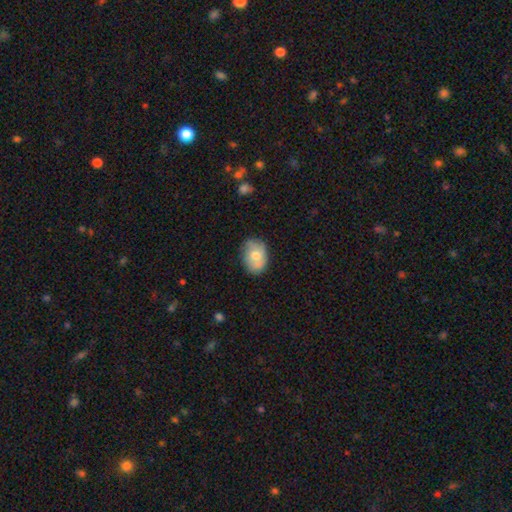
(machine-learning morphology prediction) Smooth or featured?
  - smooth: 61% *
  - featured or disk: 32%
  - star or artifact: 7%
How rounded?
  - in between: 71% *
  - round: 28%
  - cigar-shaped: 1%
Merging?
  - none: 69% *
  - minor disturbance: 24%
  - major disturbance: 5%
  - merger: 2%